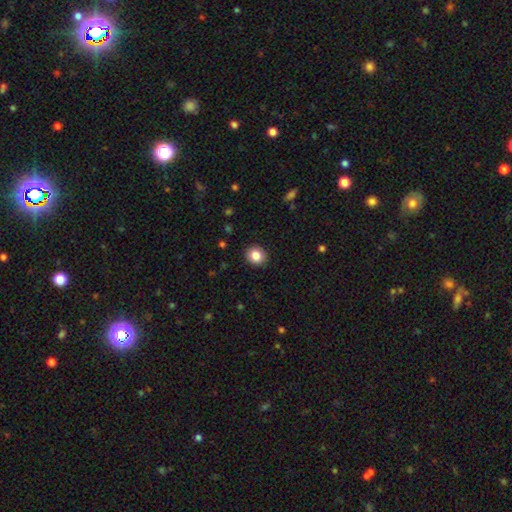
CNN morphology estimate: smooth-or-featured: smooth: 84% | star or artifact: 10% | featured or disk: 6%
  how-rounded: round: 81% | in between: 18% | cigar-shaped: 1%
  merging: none: 92% | minor disturbance: 6% | major disturbance: 2% | merger: 1%